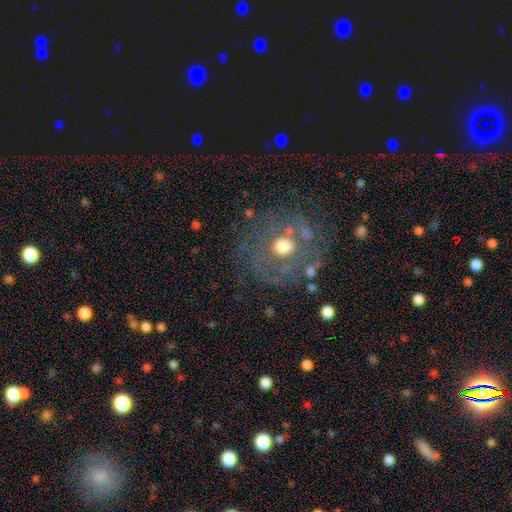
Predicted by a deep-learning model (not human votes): The model was most divided on "smooth or featured": featured or disk: 51%, smooth: 27%, star or artifact: 22%. More confident: edge-on disk — no (95%); merging — none (76%).